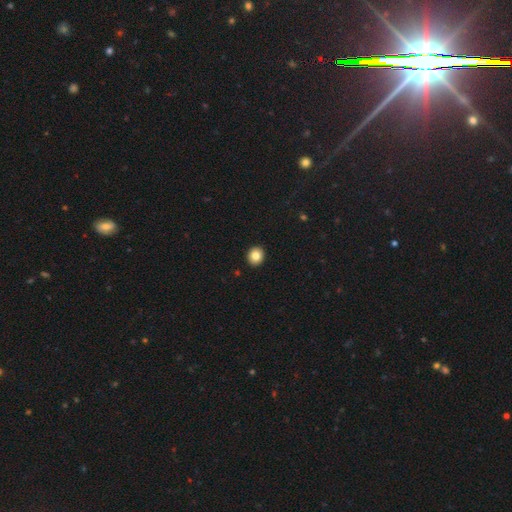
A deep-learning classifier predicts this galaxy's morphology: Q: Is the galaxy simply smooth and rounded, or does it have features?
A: smooth — 83%.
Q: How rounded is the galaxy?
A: round — 80%.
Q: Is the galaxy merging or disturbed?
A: none — 93%.